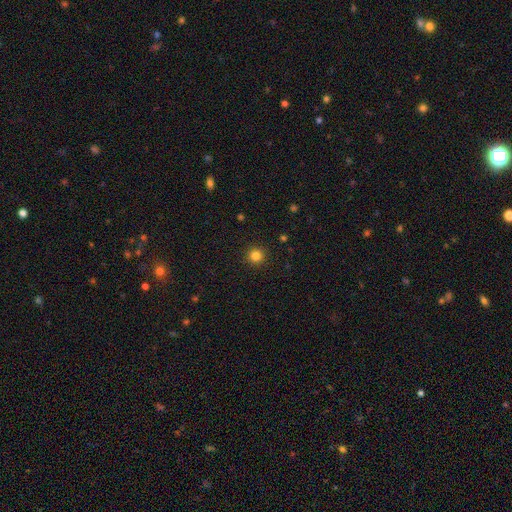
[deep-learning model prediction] smooth-or-featured: smooth: 83% | star or artifact: 13% | featured or disk: 4%
  how-rounded: round: 95% | in between: 4% | cigar-shaped: 1%
  merging: none: 93% | minor disturbance: 5% | major disturbance: 2% | merger: 1%